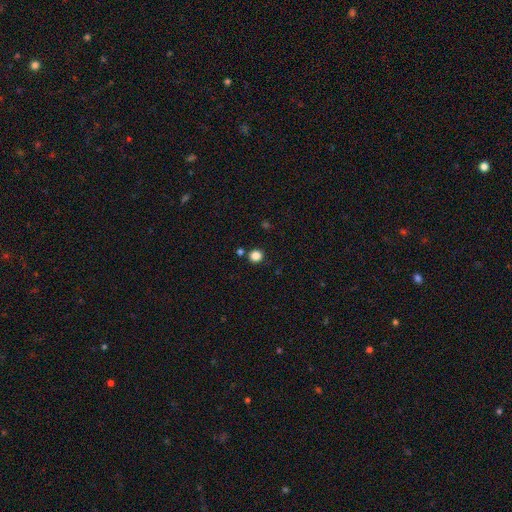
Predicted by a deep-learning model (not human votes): A smooth galaxy with no disk features (84%) that is round (93%).

Vote fractions:
- Smooth or featured? smooth: 84% / star or artifact: 12% / featured or disk: 4%
- How rounded? round: 93% / in between: 6% / cigar-shaped: 1%
- Merging? none: 85% / merger: 7% / minor disturbance: 6% / major disturbance: 2%